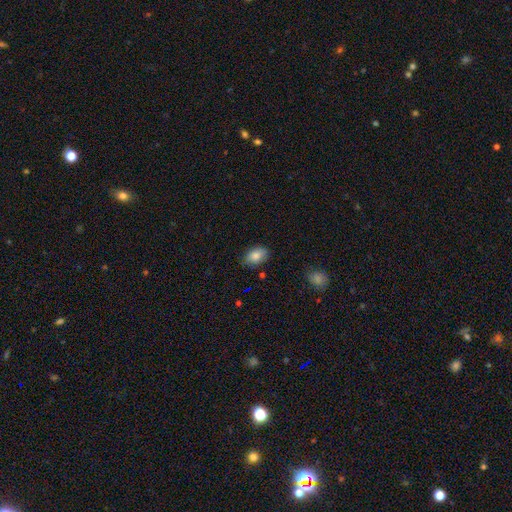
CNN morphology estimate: This is clearly a smooth galaxy (83%). How rounded: clearly in between (88%). Merging: clearly none (81%).